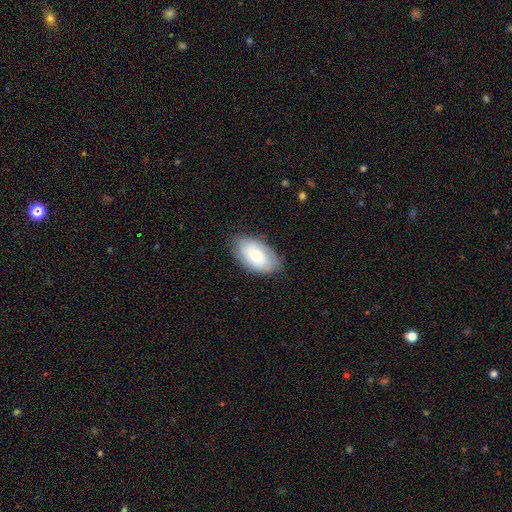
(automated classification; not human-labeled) Smooth or featured: smooth — 66% (featured or disk — 27%)
How rounded: in between — 94% (round — 5%)
Merging: none — 79% (minor disturbance — 16%)